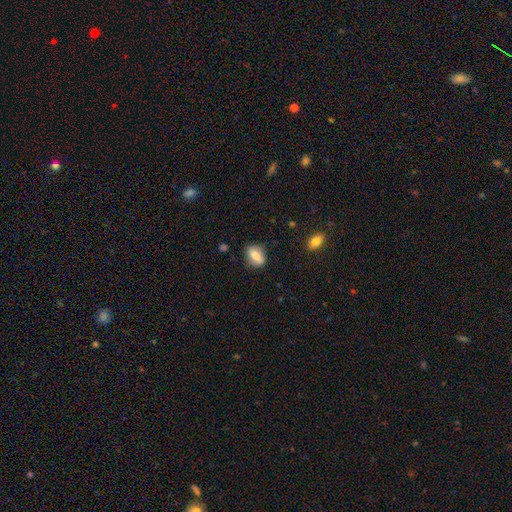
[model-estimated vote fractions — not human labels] Smooth or featured? Predicted: smooth (p=0.71). How rounded? Predicted: in between (p=0.73). Merging? Predicted: none (p=0.74).